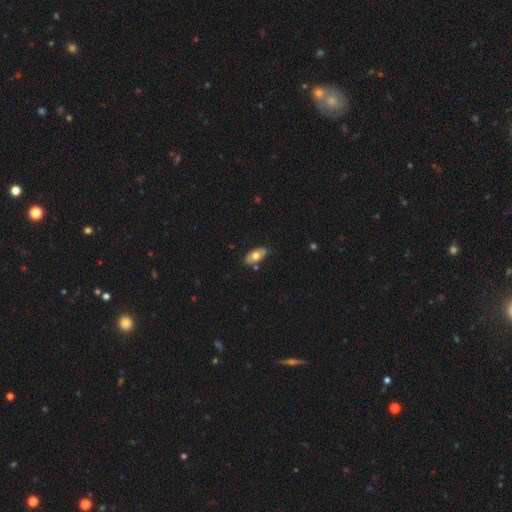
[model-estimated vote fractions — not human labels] Smooth or featured?
  - smooth: 59% *
  - featured or disk: 35%
  - star or artifact: 6%
How rounded?
  - in between: 91% *
  - cigar-shaped: 5%
  - round: 4%
Merging?
  - none: 79% *
  - minor disturbance: 15%
  - merger: 3%
  - major disturbance: 3%